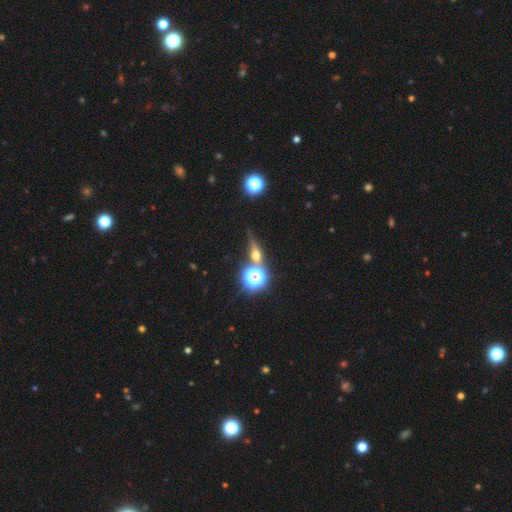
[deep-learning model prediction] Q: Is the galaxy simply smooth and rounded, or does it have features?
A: smooth — 39%.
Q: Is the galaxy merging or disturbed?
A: none — 64%.